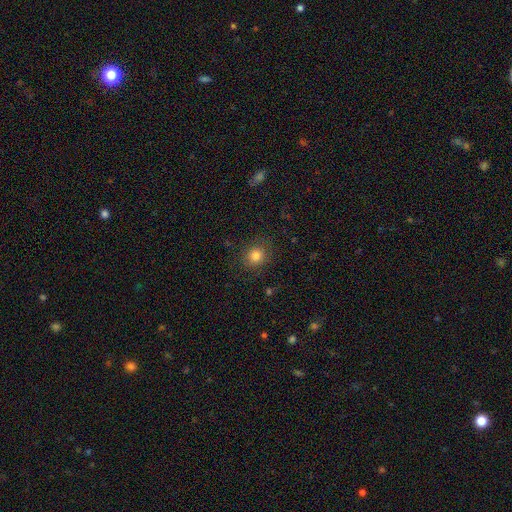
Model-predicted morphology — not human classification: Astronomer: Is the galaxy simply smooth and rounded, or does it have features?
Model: smooth — 81%.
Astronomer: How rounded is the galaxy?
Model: round — 78%.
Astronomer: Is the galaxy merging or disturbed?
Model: none — 85%.